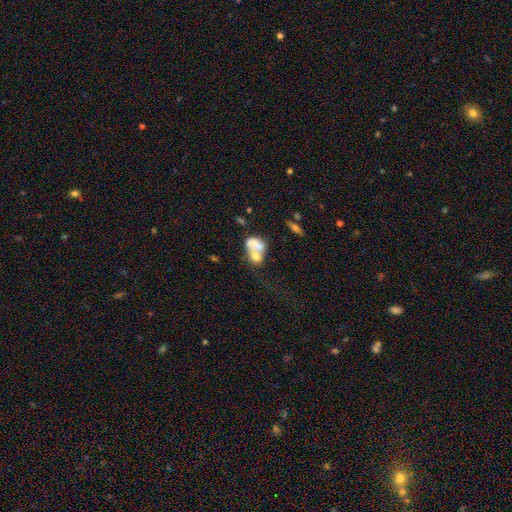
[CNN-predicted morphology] The model was most divided on "smooth or featured": smooth: 55%, featured or disk: 35%, star or artifact: 10%. More confident: merging — merger (66%); how rounded — in between (65%).